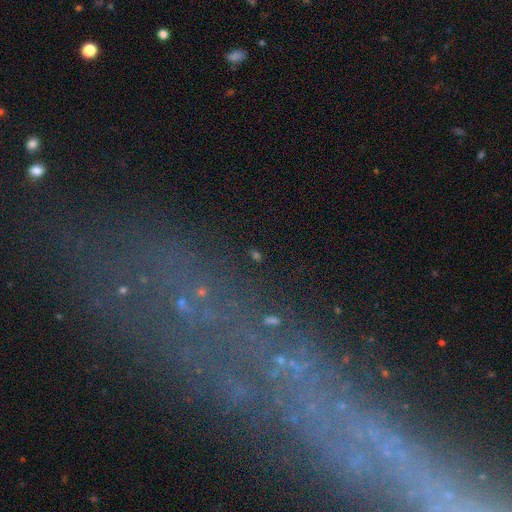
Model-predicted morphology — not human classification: Smooth or featured?
  - star or artifact: 45% *
  - smooth: 28%
  - featured or disk: 27%